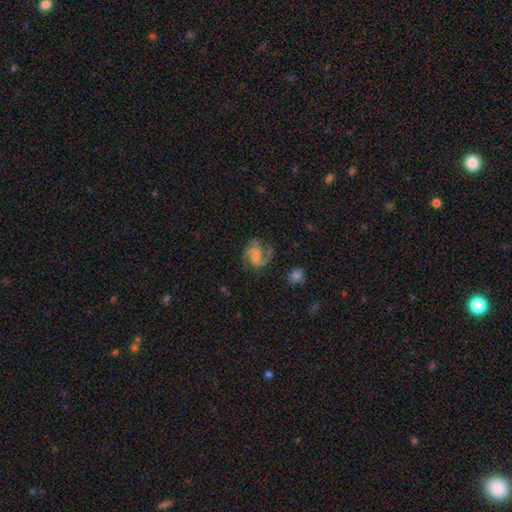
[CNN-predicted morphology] Q: Smooth or featured?
A: featured or disk (87%); runner-up: smooth (8%)
Q: Edge-on disk?
A: no (98%); runner-up: yes (2%)
Q: Bar?
A: no (50%); runner-up: weak (40%)
Q: Spiral arms?
A: yes (97%); runner-up: no (3%)
Q: Spiral winding?
A: medium (57%); runner-up: tight (23%)
Q: Spiral arm count?
A: 2 (65%); runner-up: 3 (21%)
Q: Bulge size?
A: small (53%); runner-up: moderate (25%)
Q: Merging?
A: none (69%); runner-up: minor disturbance (18%)